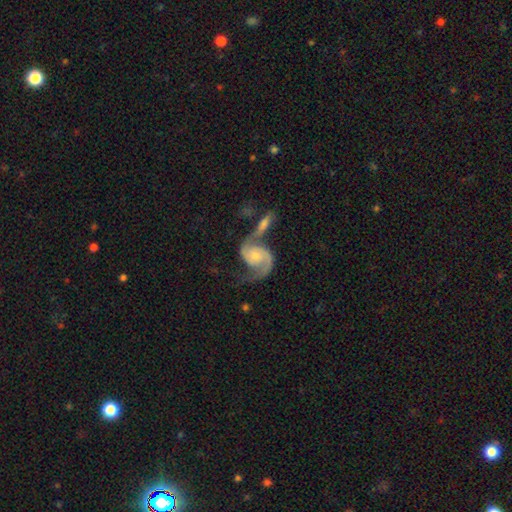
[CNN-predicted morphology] A featured or disk galaxy (88%) with no bar (65%), 2 (89%) medium (49%) spiral arms (97%) and a moderate central bulge (44%).

Vote fractions:
- Smooth or featured? featured or disk: 88% / smooth: 7% / star or artifact: 5%
- Edge-on disk? no: 98% / yes: 2%
- Bar? no: 65% / weak: 29% / strong: 7%
- Spiral arms? yes: 97% / no: 3%
- Spiral winding? medium: 49% / loose: 35% / tight: 16%
- Spiral arm count? 2: 89% / 1: 5% / can't tell: 2% / 3: 1% / 4: 1% / more than 4: 1%
- Bulge size? moderate: 44% / small: 42% / none: 7% / large: 6% / dominant: 2%
- Merging? merger: 38% / none: 35% / minor disturbance: 14% / major disturbance: 13%